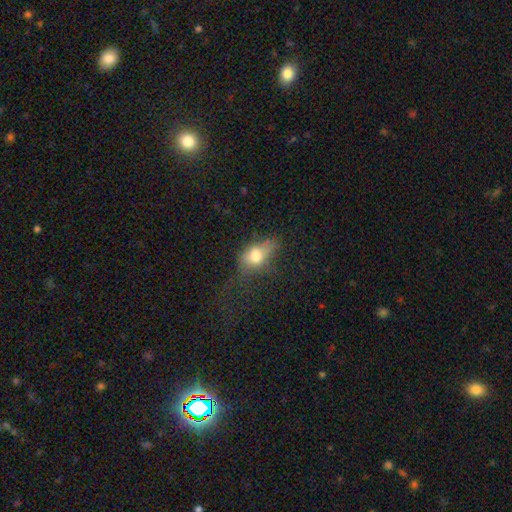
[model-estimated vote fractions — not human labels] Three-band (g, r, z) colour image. It shows a smooth galaxy with no disk features (67%) that is in between round and cigar-shaped (77%). Merging: none (37%).